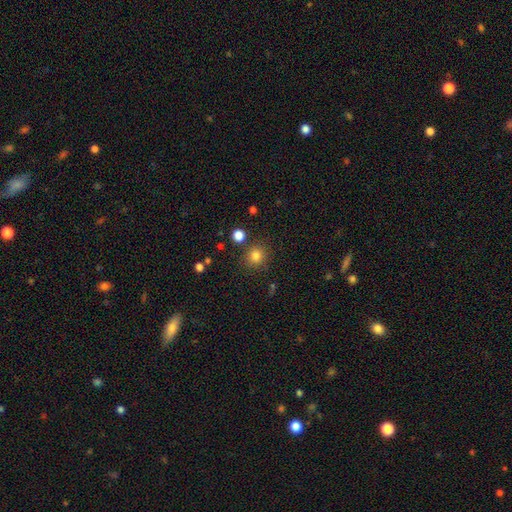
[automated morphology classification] This appears to be a smooth galaxy with no disk features (81%) that is round (89%). Merging: none (84%).